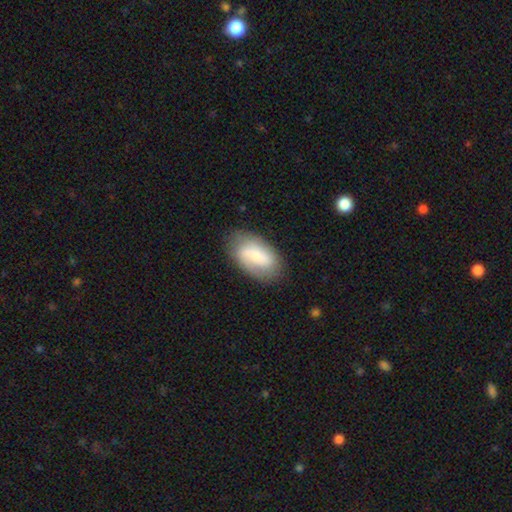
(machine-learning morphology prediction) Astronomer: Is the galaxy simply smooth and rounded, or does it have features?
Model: smooth — 63%.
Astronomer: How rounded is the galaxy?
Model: in between — 93%.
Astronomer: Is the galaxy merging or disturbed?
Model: none — 73%.